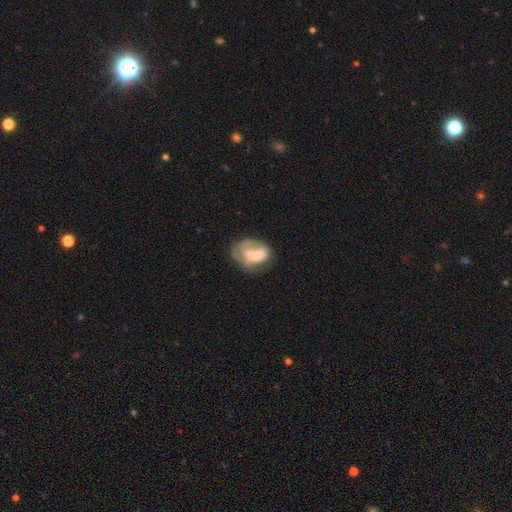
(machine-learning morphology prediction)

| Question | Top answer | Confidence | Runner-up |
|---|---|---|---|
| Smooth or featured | featured or disk | 51% | smooth (41%) |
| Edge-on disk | no | 97% | yes (3%) |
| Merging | none | 32% | major disturbance (24%) |